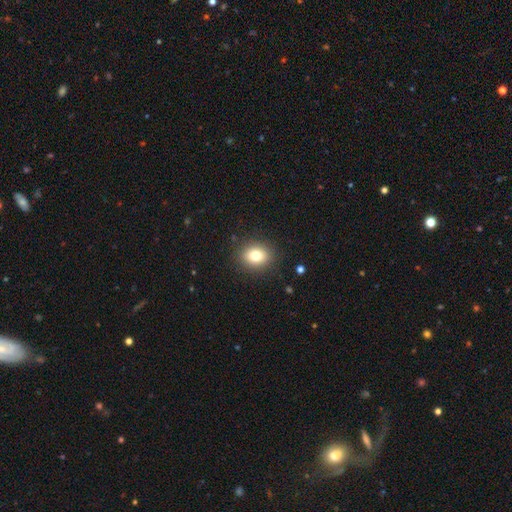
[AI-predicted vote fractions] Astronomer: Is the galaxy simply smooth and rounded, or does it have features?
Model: smooth — 79%.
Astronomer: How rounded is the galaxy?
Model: round — 61% (runner-up: in between, 38%).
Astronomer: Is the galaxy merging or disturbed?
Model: none — 89%.